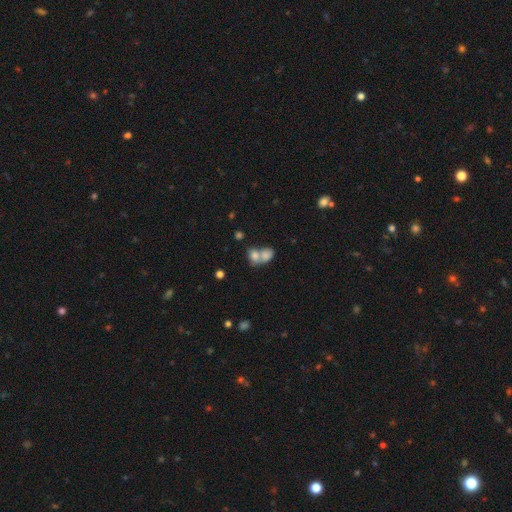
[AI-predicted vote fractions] The model was most divided on "how rounded": in between: 63%, round: 35%, cigar-shaped: 2%. More confident: smooth or featured — smooth (77%); merging — merger (66%).